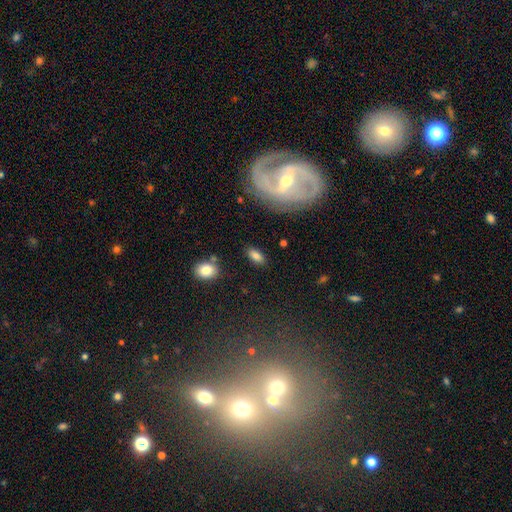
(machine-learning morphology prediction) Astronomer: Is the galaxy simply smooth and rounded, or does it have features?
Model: smooth — 82%.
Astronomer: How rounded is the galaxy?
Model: in between — 87%.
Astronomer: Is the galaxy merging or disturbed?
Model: none — 83%.